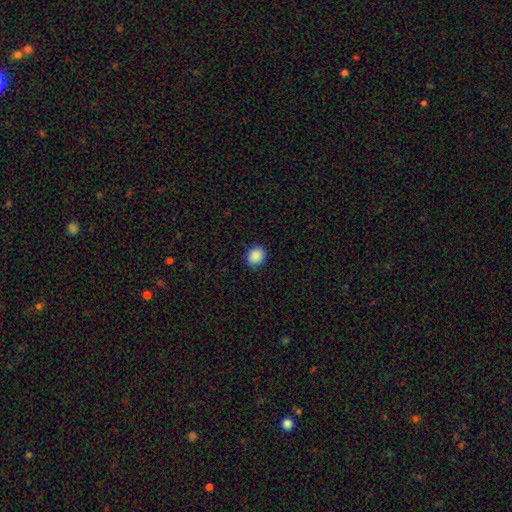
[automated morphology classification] Smooth or featured: smooth — 89% (star or artifact — 8%)
How rounded: round — 69% (in between — 30%)
Merging: none — 90% (minor disturbance — 7%)